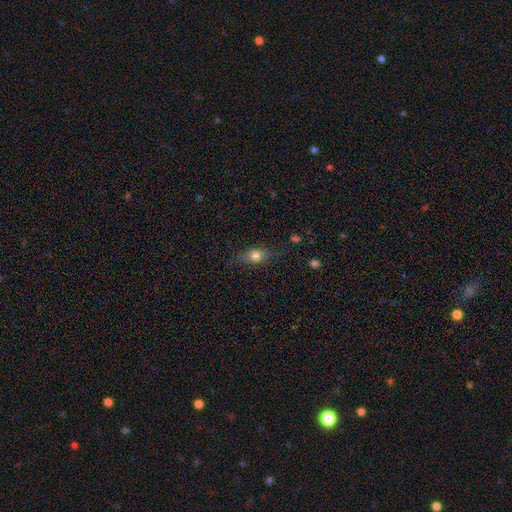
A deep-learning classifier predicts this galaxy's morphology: This appears to be a smooth galaxy with no disk features (67%) that is in between round and cigar-shaped (62%). Merging: none (76%).